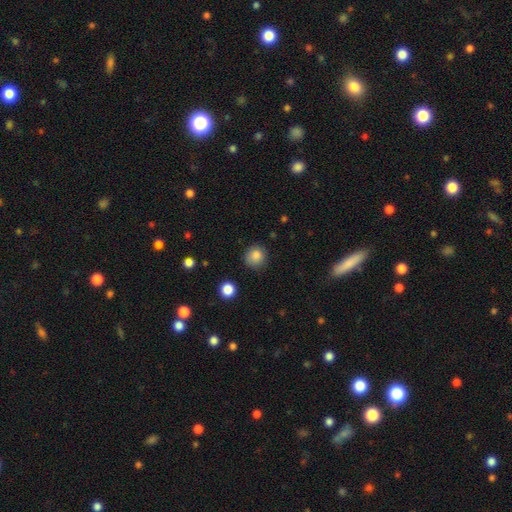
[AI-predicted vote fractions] A smooth galaxy with no disk features (85%) that is round (91%). Merging: none (86%).